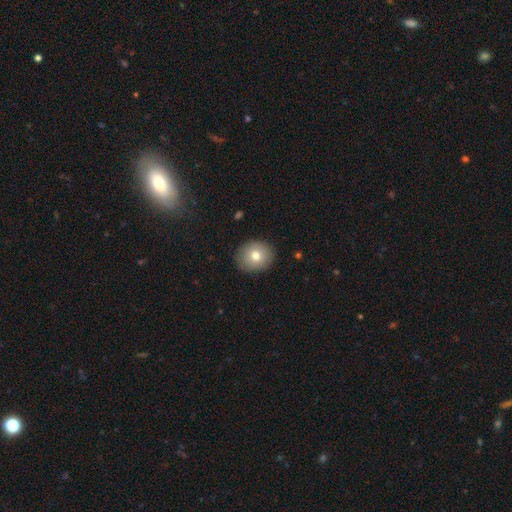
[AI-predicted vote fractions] Smooth or featured? Predicted: smooth (p=0.76). How rounded? Predicted: round (p=0.68). Merging? Predicted: none (p=0.88).